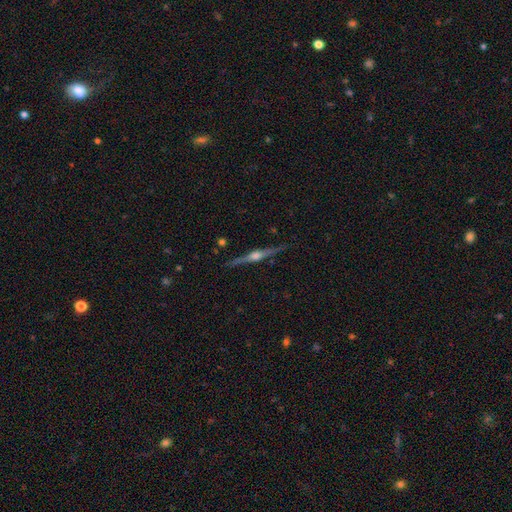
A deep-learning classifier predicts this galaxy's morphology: Smooth or featured?
  - featured or disk: 88% *
  - smooth: 7%
  - star or artifact: 5%
Edge-on disk?
  - yes: 99% *
  - no: 1%
Edge-on bulge?
  - rounded: 92% *
  - boxy: 5%
  - none: 3%
Merging?
  - none: 91% *
  - minor disturbance: 6%
  - major disturbance: 1%
  - merger: 1%